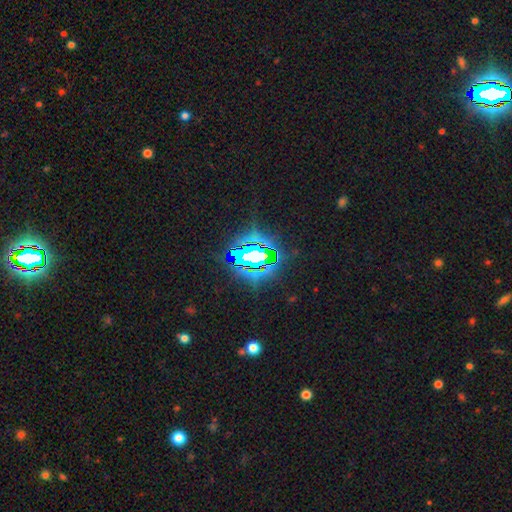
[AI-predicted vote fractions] star or artifact 77%, featured or disk 11%, smooth 11%.